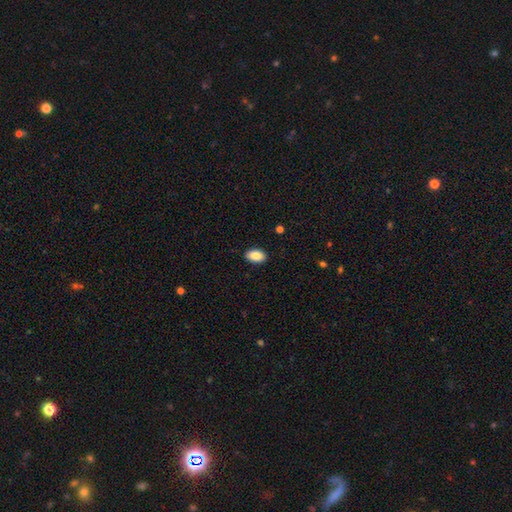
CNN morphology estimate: This is clearly a smooth galaxy (87%). How rounded: clearly in between (92%). Merging: clearly none (90%).